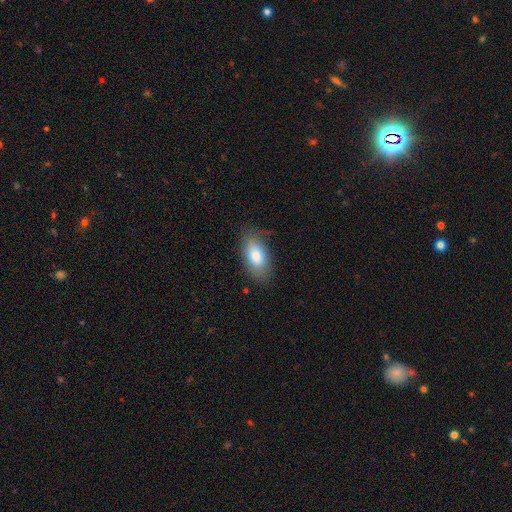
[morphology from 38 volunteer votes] type=smooth (84%); roundness=in between (88%); merging=none (89%).